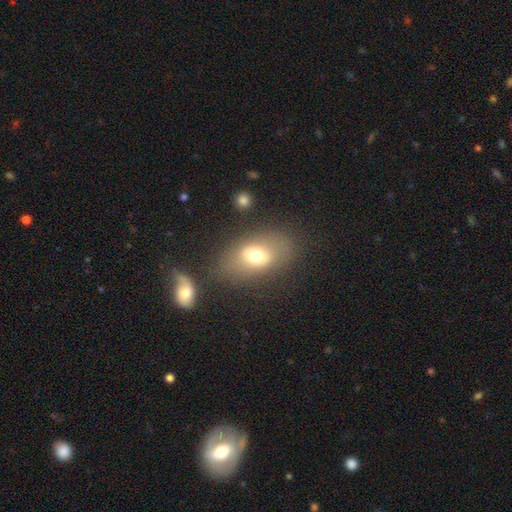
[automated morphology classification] Smooth or featured? smooth (65%)
How rounded? in between (80%)
Merging? none (67%)